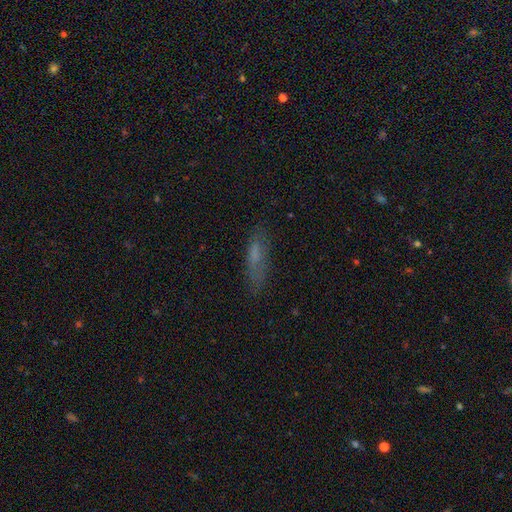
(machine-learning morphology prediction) The model was most divided on "how rounded": cigar-shaped: 60%, in between: 37%, round: 2%. More confident: merging — none (71%); smooth or featured — smooth (64%).